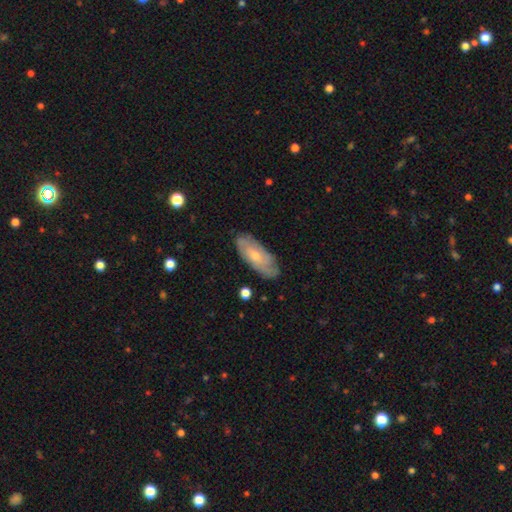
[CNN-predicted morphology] A smooth galaxy with no disk features (49%).

Vote fractions:
- Smooth or featured? smooth: 49% / featured or disk: 45% / star or artifact: 6%
- Merging? none: 77% / minor disturbance: 18% / major disturbance: 4% / merger: 1%